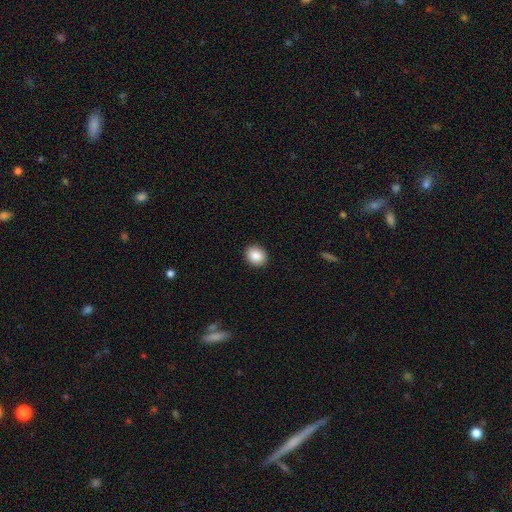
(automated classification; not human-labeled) Smooth or featured? Predicted: smooth (p=0.88). How rounded? Predicted: round (p=0.62). Merging? Predicted: none (p=0.91).